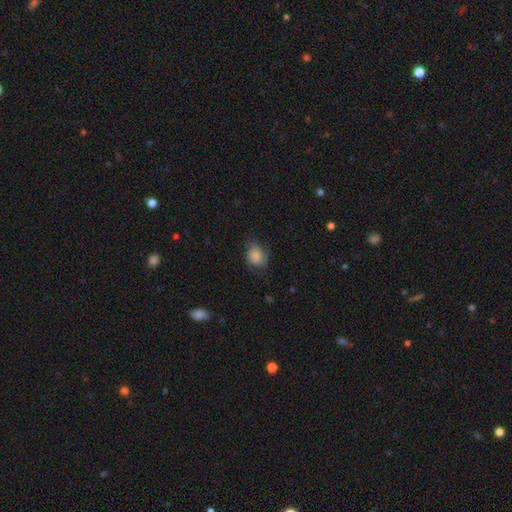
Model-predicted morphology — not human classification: smooth_or_featured: smooth (p=0.77) [alt: featured or disk p=0.14]
how_rounded: in between (p=0.56) [alt: round p=0.43]
merging: none (p=0.56) [alt: minor disturbance p=0.30]